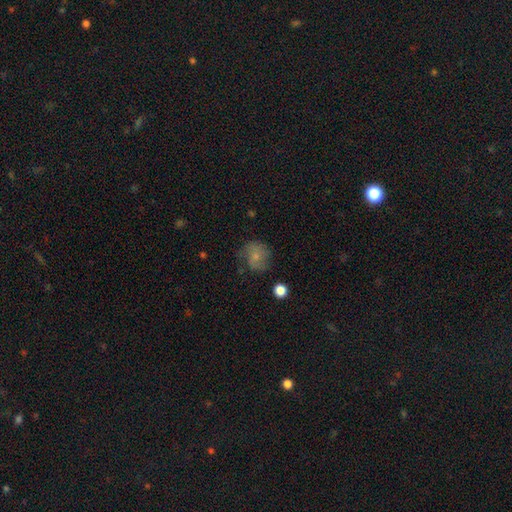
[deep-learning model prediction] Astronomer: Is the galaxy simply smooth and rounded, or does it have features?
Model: smooth — 64%.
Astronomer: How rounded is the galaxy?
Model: round — 78%.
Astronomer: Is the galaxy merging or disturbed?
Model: none — 63%.